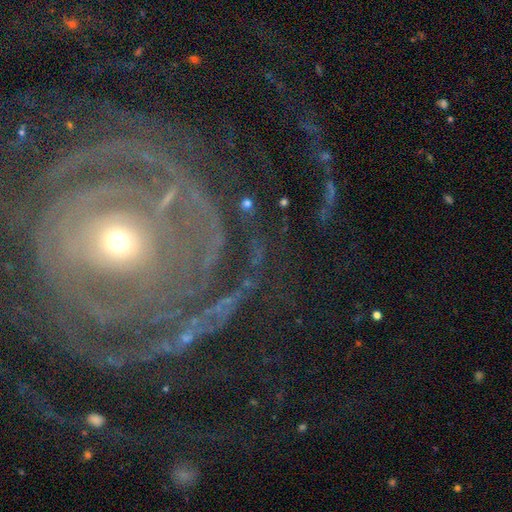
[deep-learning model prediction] This is clearly a featured or disk galaxy (81%). It is clearly not viewed edge-on (96%). Bar: likely no (69%). Spiral arm pattern: clearly yes (88%). Spiral arm count: marginally can't tell (30%). Spiral winding: likely tight (77%). Central bulge: possibly small (59%). Merging: likely none (71%).